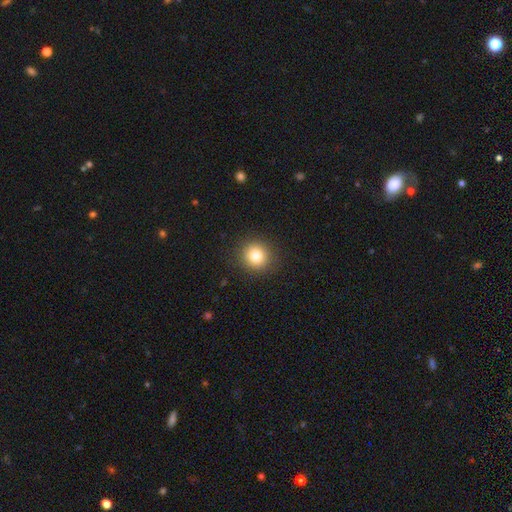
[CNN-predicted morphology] Smooth or featured?
  - smooth: 81% *
  - star or artifact: 11%
  - featured or disk: 8%
How rounded?
  - round: 90% *
  - in between: 9%
  - cigar-shaped: 1%
Merging?
  - none: 91% *
  - minor disturbance: 6%
  - major disturbance: 2%
  - merger: 1%